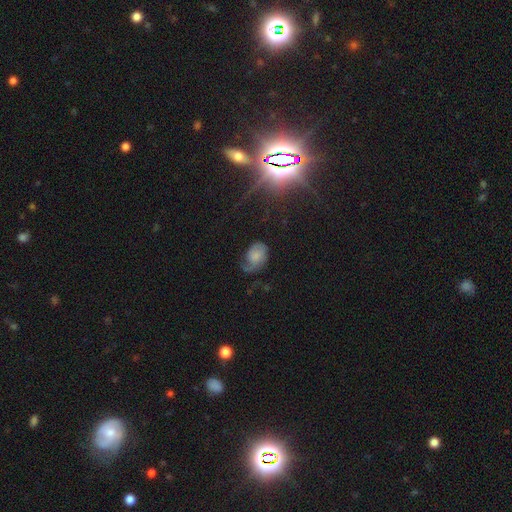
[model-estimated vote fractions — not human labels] Smooth or featured? Predicted: featured or disk (p=0.46). Merging? Predicted: none (p=0.43).